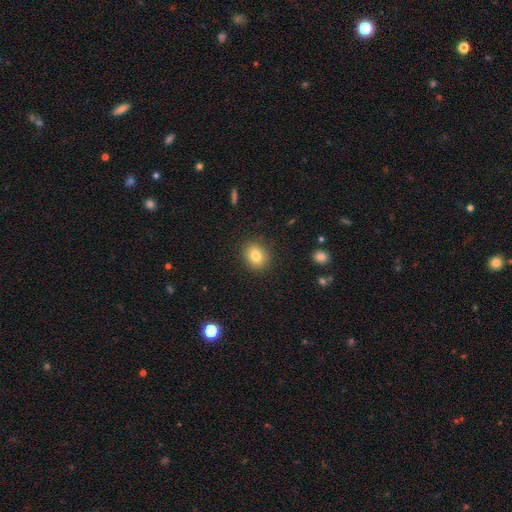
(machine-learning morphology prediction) Overall: smooth (81%). How rounded: round (59%; in between 40%). Merging: none (88%).